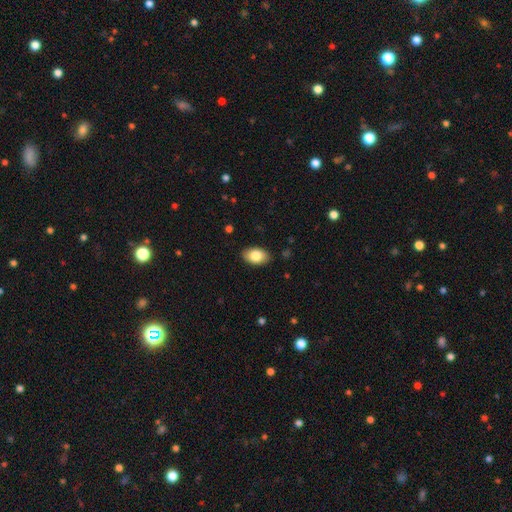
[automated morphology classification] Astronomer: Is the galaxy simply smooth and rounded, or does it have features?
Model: smooth — 83%.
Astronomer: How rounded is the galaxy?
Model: in between — 91%.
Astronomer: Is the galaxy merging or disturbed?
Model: none — 87%.